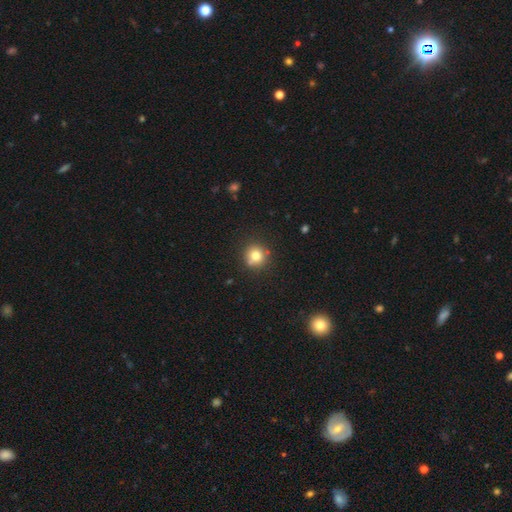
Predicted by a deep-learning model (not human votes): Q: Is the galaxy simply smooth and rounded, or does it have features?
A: smooth — 77%.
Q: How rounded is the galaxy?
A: round — 91%.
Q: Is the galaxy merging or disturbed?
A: none — 77%.